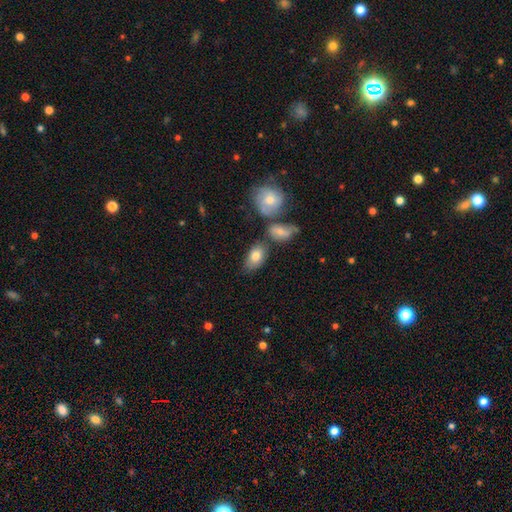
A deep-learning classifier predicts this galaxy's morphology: smooth_or_featured: smooth (p=0.79) [alt: featured or disk p=0.14]
how_rounded: in between (p=0.88) [alt: round p=0.11]
merging: none (p=0.59) [alt: minor disturbance p=0.18]